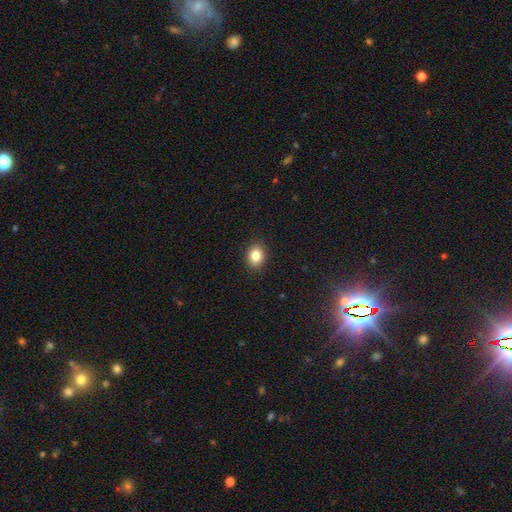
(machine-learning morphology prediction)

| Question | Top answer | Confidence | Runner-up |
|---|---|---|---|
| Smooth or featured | smooth | 85% | star or artifact (10%) |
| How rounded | round | 51% | in between (48%) |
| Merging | none | 90% | minor disturbance (7%) |